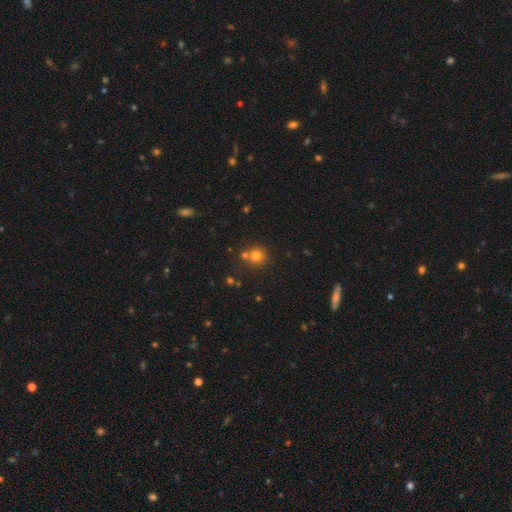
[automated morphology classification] Smooth or featured? smooth (76%)
How rounded? round (91%)
Merging? none (66%)